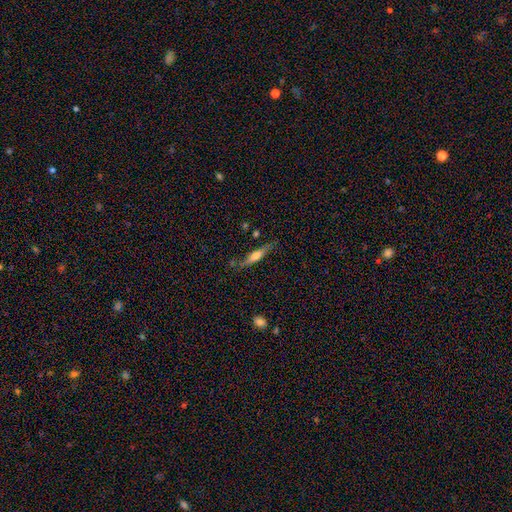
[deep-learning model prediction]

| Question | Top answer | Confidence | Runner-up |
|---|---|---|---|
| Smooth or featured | smooth | 49% | featured or disk (44%) |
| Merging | none | 72% | minor disturbance (19%) |